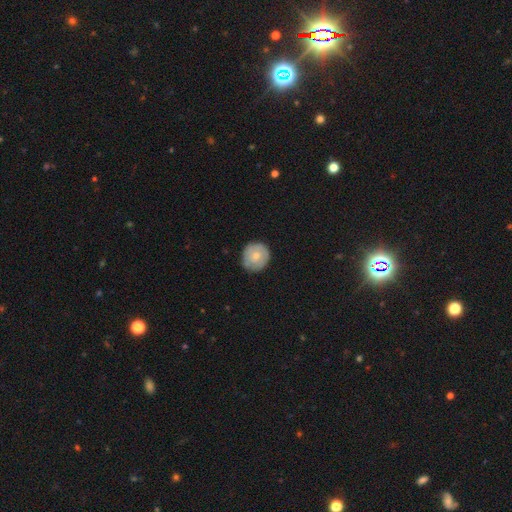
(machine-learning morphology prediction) Q: Smooth or featured?
A: smooth (68%); runner-up: featured or disk (26%)
Q: How rounded?
A: round (89%); runner-up: in between (10%)
Q: Merging?
A: none (80%); runner-up: minor disturbance (16%)